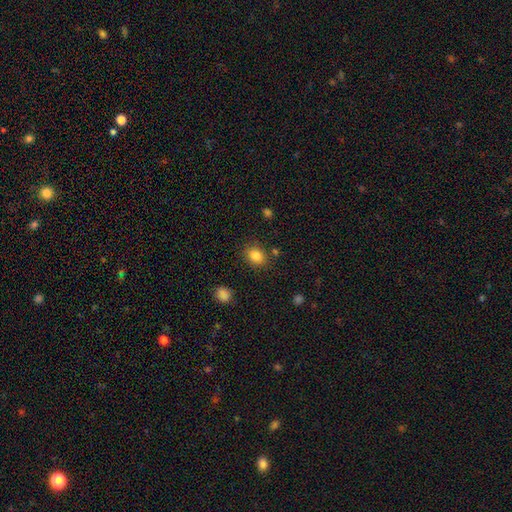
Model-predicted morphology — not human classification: This is clearly a smooth galaxy (84%). How rounded: possibly in between (59%). Merging: clearly none (81%).